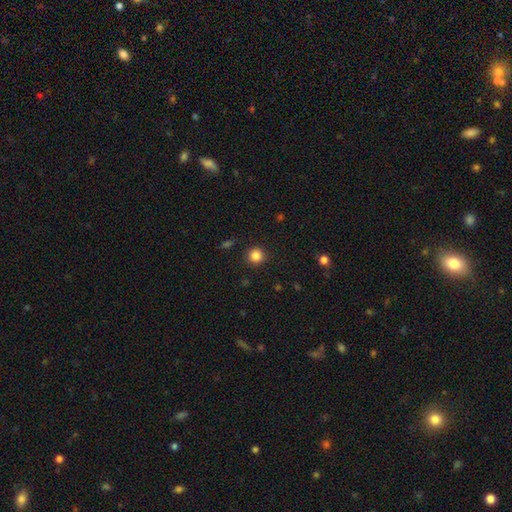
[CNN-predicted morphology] Smooth or featured? smooth (84%)
How rounded? round (94%)
Merging? none (92%)